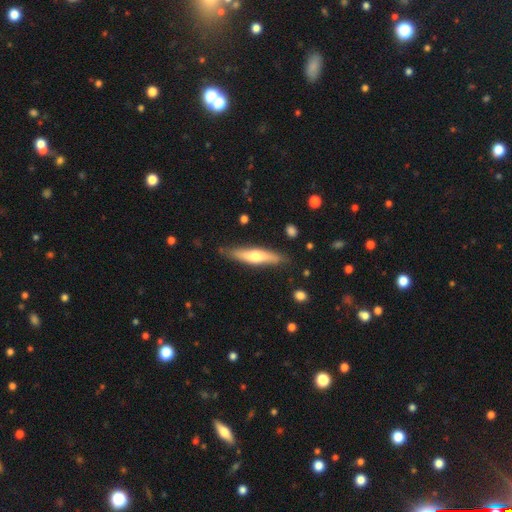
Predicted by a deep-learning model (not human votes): Overall: smooth (51%; featured or disk 44%). How rounded: cigar-shaped (82%). Merging: none (81%).